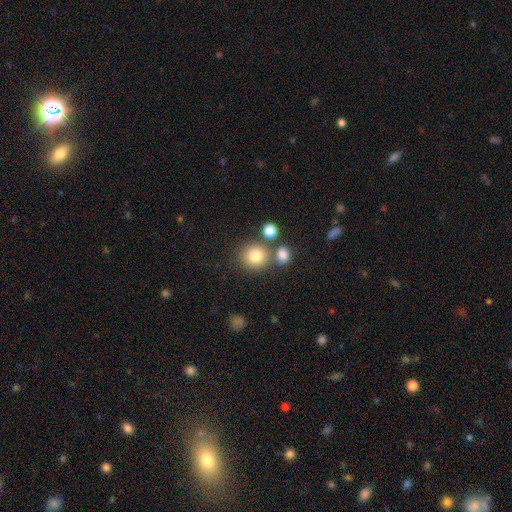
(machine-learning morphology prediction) type=smooth (79%); roundness=round (88%); merging=none (69%).